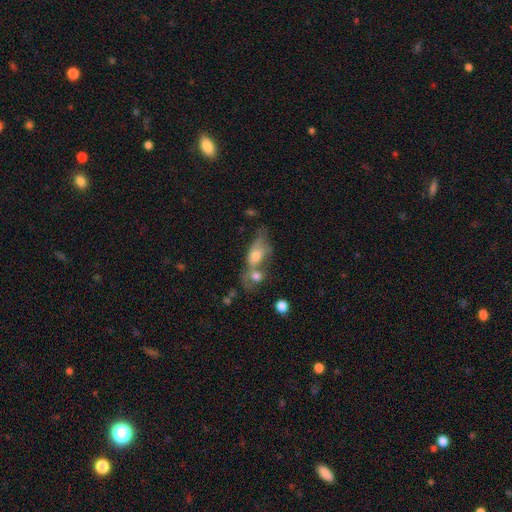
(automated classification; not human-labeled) Smooth or featured?
  - smooth: 56% *
  - featured or disk: 34%
  - star or artifact: 10%
How rounded?
  - in between: 72% *
  - cigar-shaped: 14%
  - round: 13%
Merging?
  - merger: 59% *
  - none: 20%
  - minor disturbance: 11%
  - major disturbance: 10%